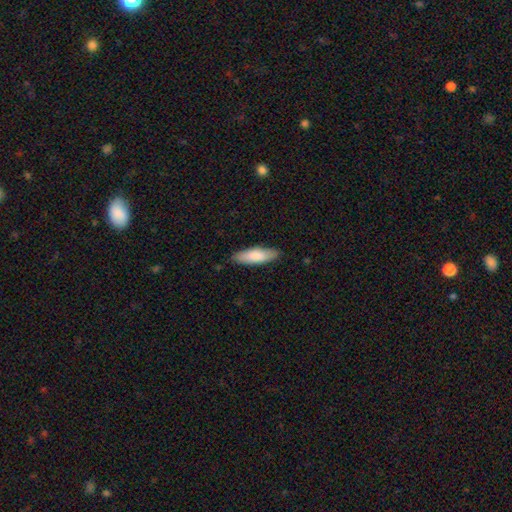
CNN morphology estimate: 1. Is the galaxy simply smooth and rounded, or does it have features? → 82% smooth, 12% featured or disk, 5% star or artifact.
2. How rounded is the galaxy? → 51% cigar-shaped, 47% in between, 1% round.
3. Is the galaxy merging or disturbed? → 85% none, 12% minor disturbance, 2% major disturbance, 1% merger.